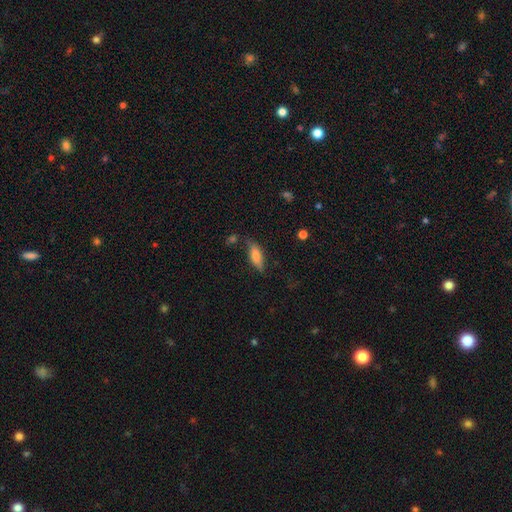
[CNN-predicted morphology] Smooth or featured: smooth — 68% (featured or disk — 24%)
How rounded: in between — 55% (cigar-shaped — 43%)
Merging: none — 70% (minor disturbance — 20%)